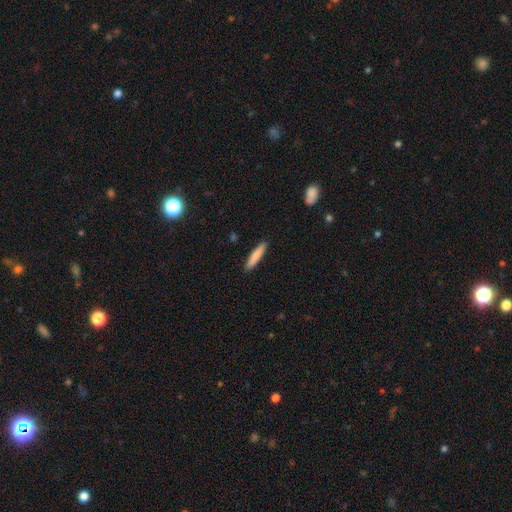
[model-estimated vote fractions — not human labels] smooth 80%, featured or disk 14%, star or artifact 5%. Down the decision tree: how rounded — cigar-shaped (87%); merging — none (91%).